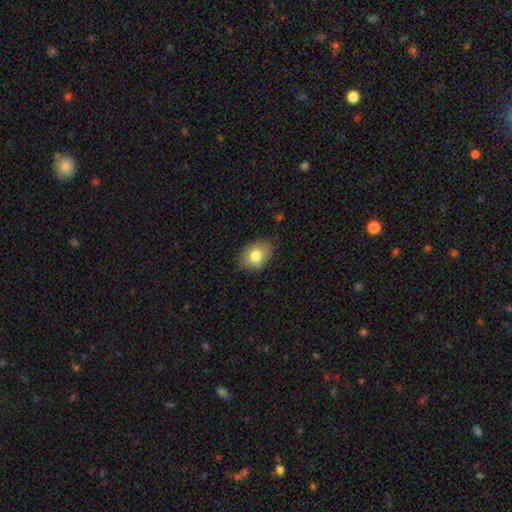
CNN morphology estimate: Q: Smooth or featured?
A: smooth (78%); runner-up: featured or disk (13%)
Q: How rounded?
A: in between (73%); runner-up: round (26%)
Q: Merging?
A: none (78%); runner-up: minor disturbance (18%)